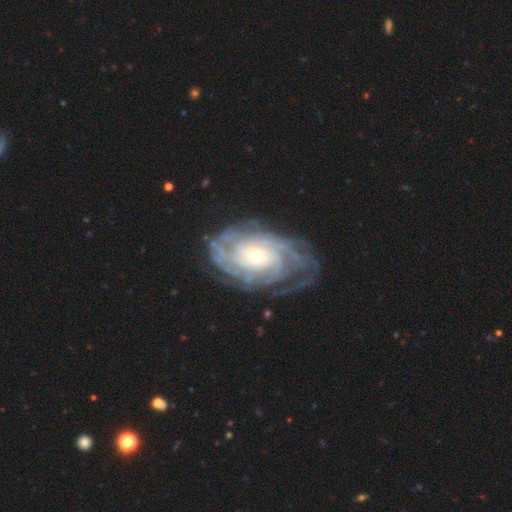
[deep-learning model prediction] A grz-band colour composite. It shows a featured or disk galaxy (89%) with no bar (73%), tight (75%) spiral arms (96%) and a small central bulge (61%). Merging: none (71%).